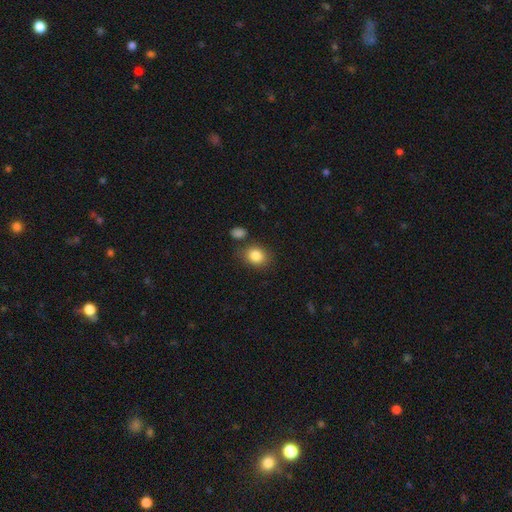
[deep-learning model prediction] Q: Smooth or featured?
A: smooth (85%); runner-up: star or artifact (9%)
Q: How rounded?
A: round (56%); runner-up: in between (43%)
Q: Merging?
A: none (75%); runner-up: minor disturbance (13%)